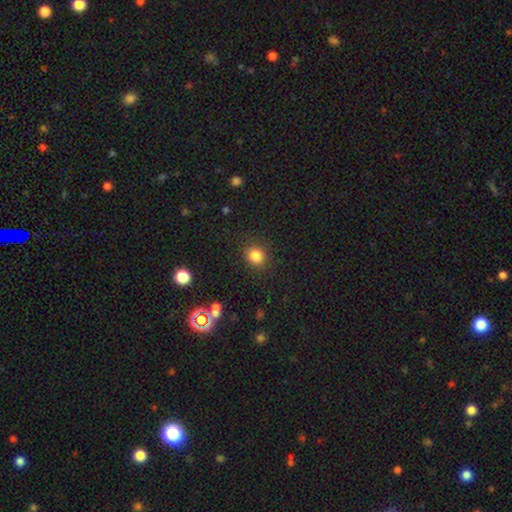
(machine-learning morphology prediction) Q: Smooth or featured?
A: smooth (83%); runner-up: star or artifact (12%)
Q: How rounded?
A: round (73%); runner-up: in between (26%)
Q: Merging?
A: none (87%); runner-up: minor disturbance (8%)